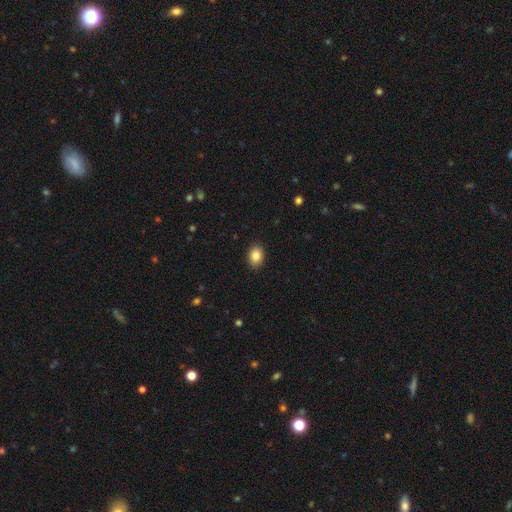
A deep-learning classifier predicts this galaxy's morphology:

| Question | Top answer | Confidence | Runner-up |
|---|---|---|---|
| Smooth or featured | smooth | 86% | star or artifact (9%) |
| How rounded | in between | 69% | round (30%) |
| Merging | none | 90% | minor disturbance (7%) |